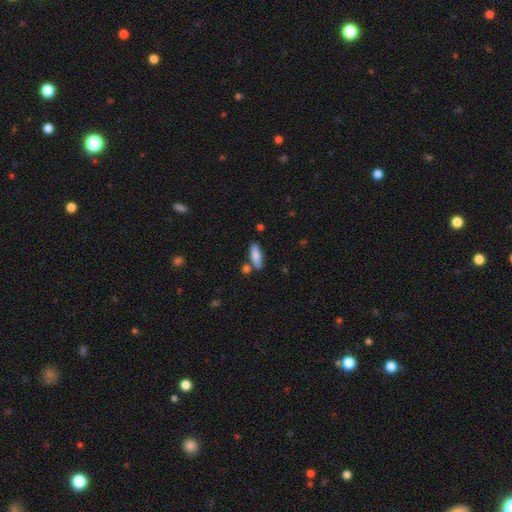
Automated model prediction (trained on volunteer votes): Smooth or featured?
  - smooth: 80% *
  - featured or disk: 13%
  - star or artifact: 6%
How rounded?
  - in between: 60% *
  - cigar-shaped: 37%
  - round: 2%
Merging?
  - none: 75% *
  - minor disturbance: 13%
  - merger: 9%
  - major disturbance: 3%